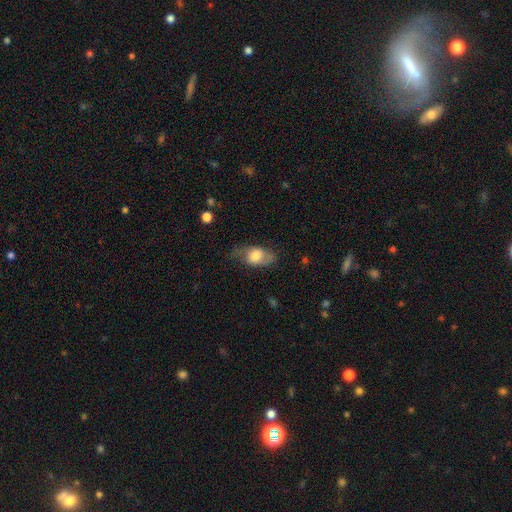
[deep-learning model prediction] smooth 60%, featured or disk 33%, star or artifact 7%. Down the decision tree: how rounded — in between (81%); merging — none (59%).